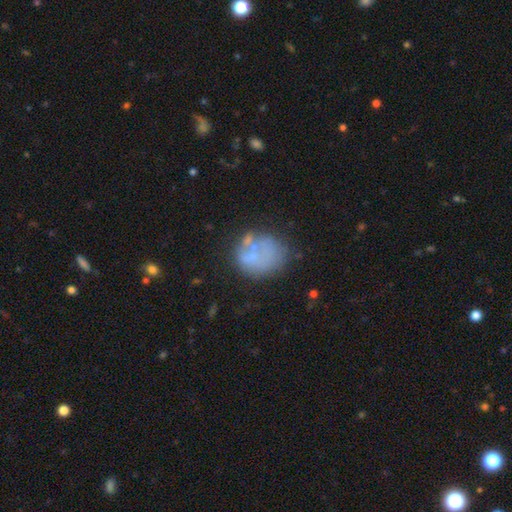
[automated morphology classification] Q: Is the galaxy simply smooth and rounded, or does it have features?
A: smooth — 51%.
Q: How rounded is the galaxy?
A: round — 73%.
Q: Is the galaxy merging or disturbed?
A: none — 52%.